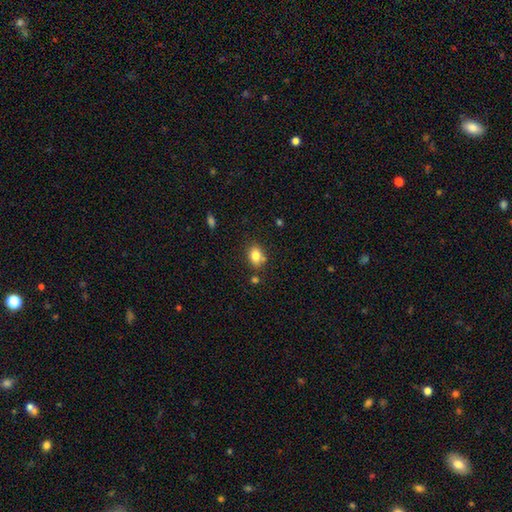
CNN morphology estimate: Smooth or featured?
  - smooth: 82% *
  - star or artifact: 10%
  - featured or disk: 9%
How rounded?
  - in between: 67% *
  - round: 32%
  - cigar-shaped: 1%
Merging?
  - none: 71% *
  - minor disturbance: 16%
  - merger: 9%
  - major disturbance: 4%